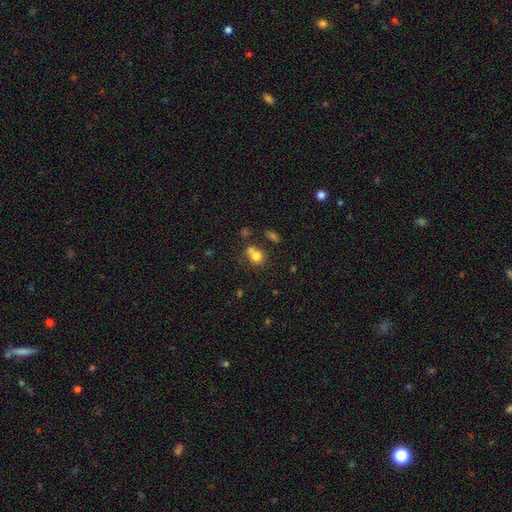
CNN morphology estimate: Smooth or featured?
  - smooth: 76% *
  - star or artifact: 13%
  - featured or disk: 12%
How rounded?
  - round: 65% *
  - in between: 34%
  - cigar-shaped: 1%
Merging?
  - none: 42% *
  - merger: 38%
  - minor disturbance: 13%
  - major disturbance: 6%